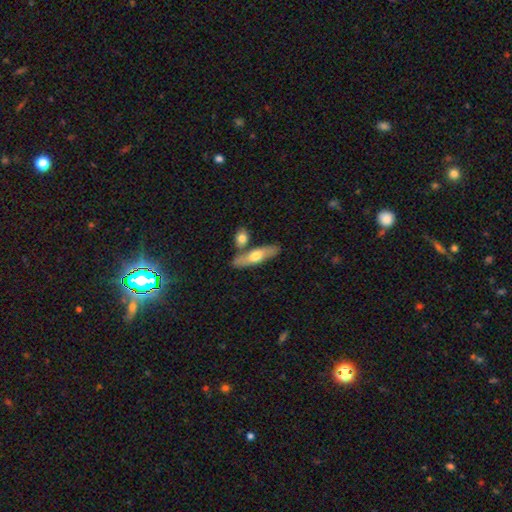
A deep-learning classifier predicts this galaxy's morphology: Smooth or featured? Predicted: smooth (p=0.56). How rounded? Predicted: cigar-shaped (p=0.58). Merging? Predicted: none (p=0.65).